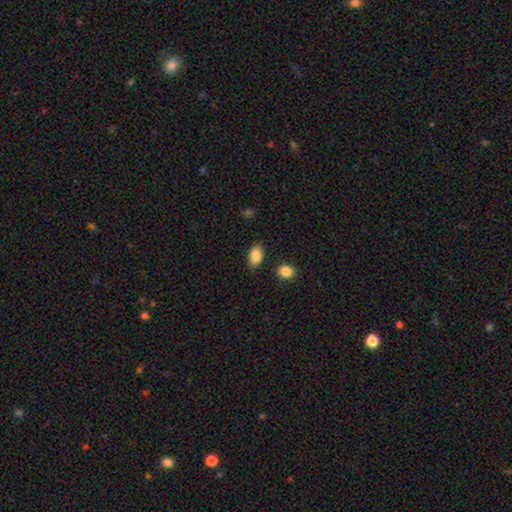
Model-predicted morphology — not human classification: Smooth or featured: smooth — 87% (star or artifact — 8%)
How rounded: in between — 87% (round — 11%)
Merging: none — 80% (minor disturbance — 14%)